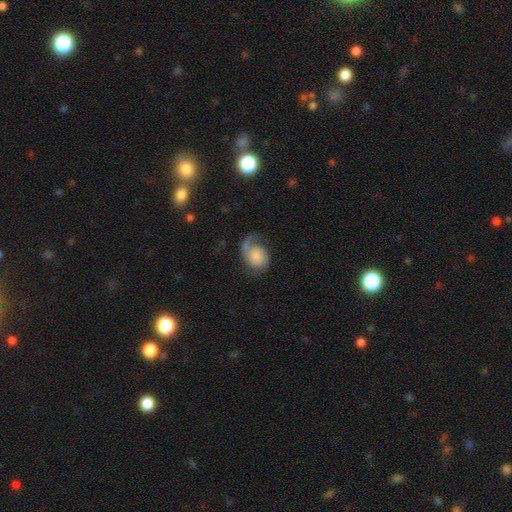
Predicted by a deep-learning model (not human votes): A featured or disk galaxy (65%) with no bar (71%), 1 (54%) medium (39%) spiral arms (93%) and a small central bulge (29%).

Vote fractions:
- Smooth or featured? featured or disk: 65% / smooth: 28% / star or artifact: 7%
- Edge-on disk? no: 98% / yes: 2%
- Bar? no: 71% / weak: 25% / strong: 4%
- Spiral arms? yes: 93% / no: 7%
- Spiral winding? medium: 39% / loose: 34% / tight: 28%
- Spiral arm count? 1: 54% / 2: 39% / can't tell: 4% / 3: 1% / 4: 1% / more than 4: 1%
- Bulge size? small: 29% / none: 25% / moderate: 24% / large: 16% / dominant: 5%
- Merging? none: 49% / major disturbance: 26% / minor disturbance: 23% / merger: 2%